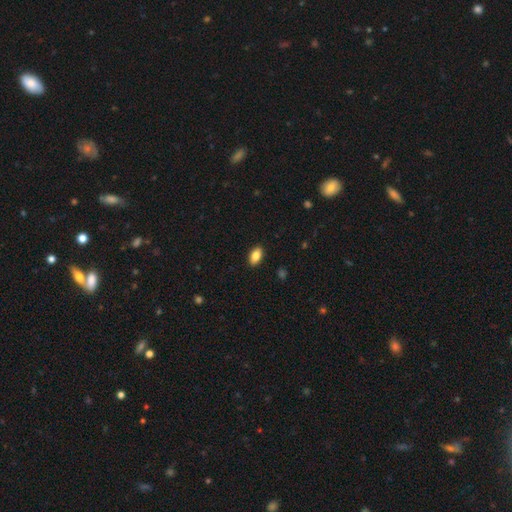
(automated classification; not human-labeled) Q: Smooth or featured?
A: smooth (84%); runner-up: featured or disk (8%)
Q: How rounded?
A: in between (91%); runner-up: round (6%)
Q: Merging?
A: none (90%); runner-up: minor disturbance (8%)